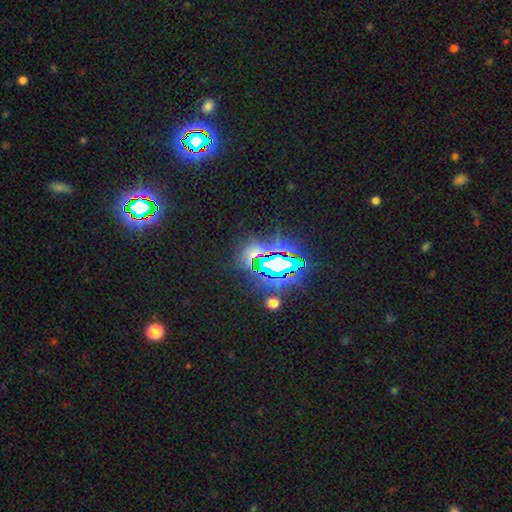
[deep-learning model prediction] Smooth or featured: star or artifact — 75% (smooth — 14%)